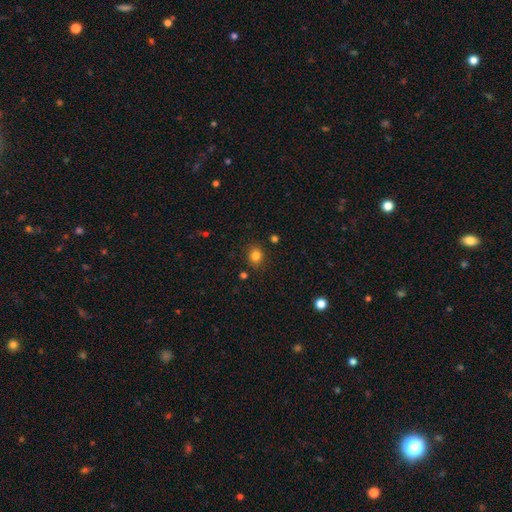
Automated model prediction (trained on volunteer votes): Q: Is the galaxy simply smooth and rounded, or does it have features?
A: smooth — 82%.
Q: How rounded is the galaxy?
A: round — 69%.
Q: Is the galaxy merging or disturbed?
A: none — 85%.